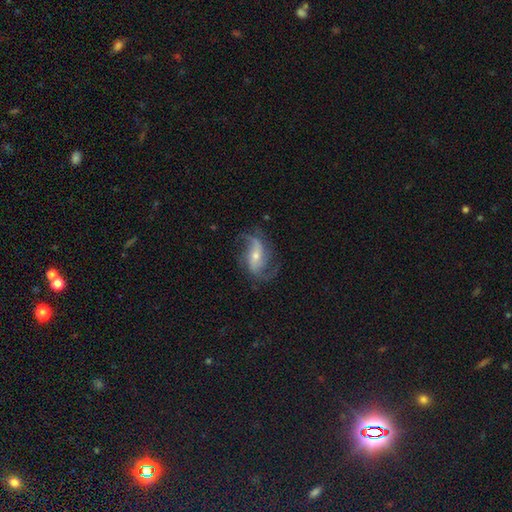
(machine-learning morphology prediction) Smooth or featured? featured or disk (84%)
Edge-on disk? no (95%)
Bar? no (37%)
Spiral arms? yes (95%)
Spiral winding? loose (61%)
Spiral arm count? 2 (73%)
Bulge size? small (57%)
Merging? none (66%)